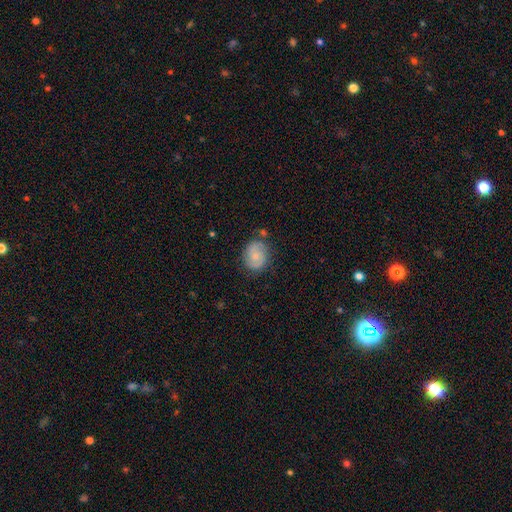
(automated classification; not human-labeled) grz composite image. It shows a smooth galaxy with no disk features (50%) that is round (53%). Merging: none (72%).